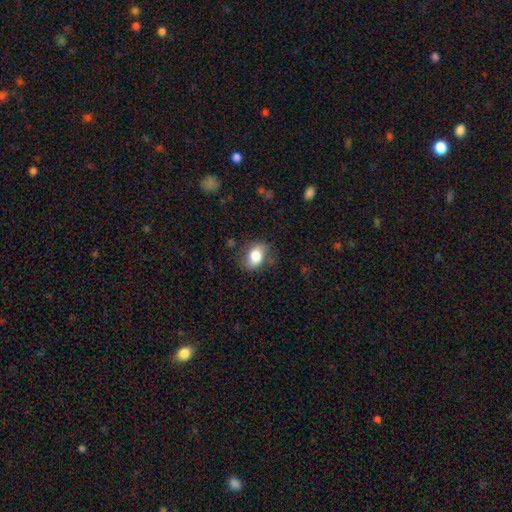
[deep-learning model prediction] Morphology: type=smooth (80%); roundness=in between (77%); merging=none (74%).